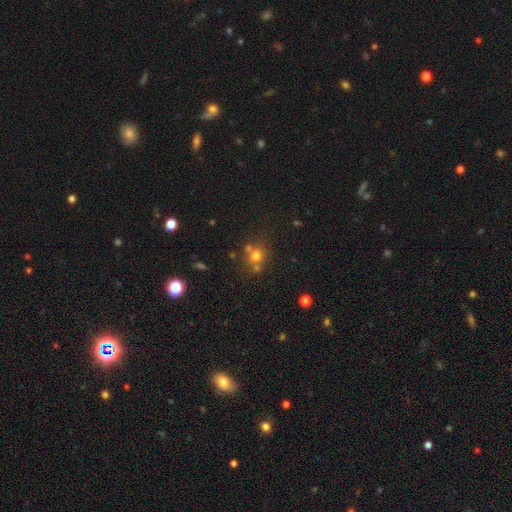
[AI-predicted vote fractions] This is likely a smooth galaxy (69%). How rounded: clearly round (83%). Merging: likely none (61%).